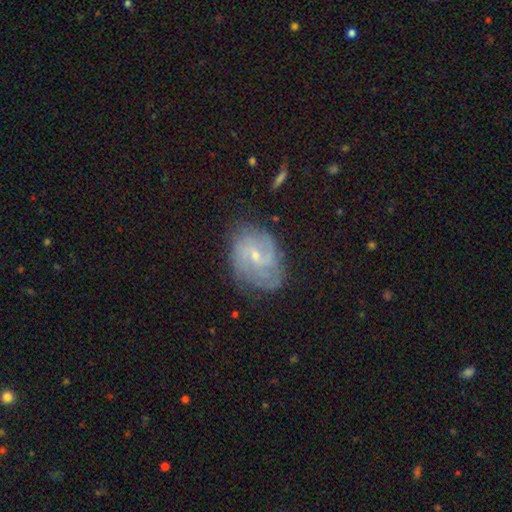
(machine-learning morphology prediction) smooth-or-featured: featured or disk: 75% | smooth: 17% | star or artifact: 8%
  disk-edge-on: no: 97% | yes: 3%
    bar: weak: 51% | no: 41% | strong: 8%
    has-spiral-arms: yes: 89% | no: 11%
      spiral-winding: medium: 41% (tied) | tight: 41% (tied) | loose: 18%
      spiral-arm-count: can't tell: 37% | 2: 29% | 3: 16% | 4: 8% | 1: 5% | more than 4: 4%
    bulge-size: small: 71% | moderate: 24% | none: 3% | large: 1% | dominant: 1%
  merging: none: 65% | minor disturbance: 23% | major disturbance: 10% | merger: 2%